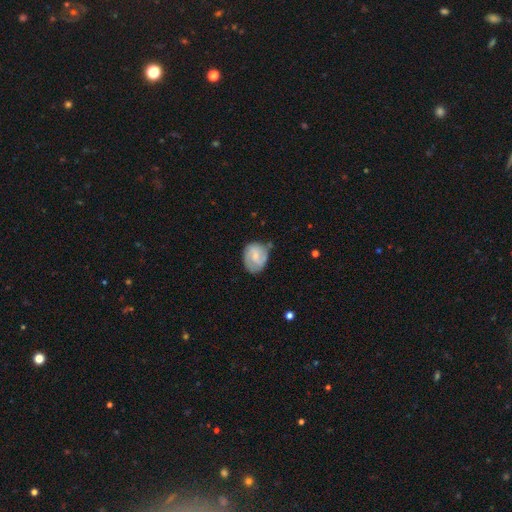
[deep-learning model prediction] Smooth or featured? smooth (49%)
Merging? none (58%)